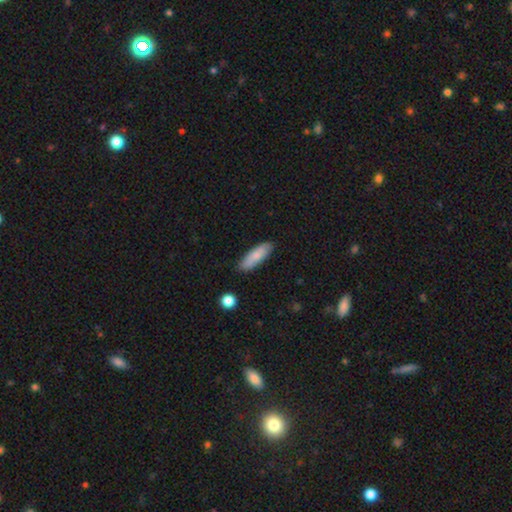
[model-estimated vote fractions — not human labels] This is likely a smooth galaxy (78%). How rounded: possibly in between (52%). Merging: clearly none (85%).